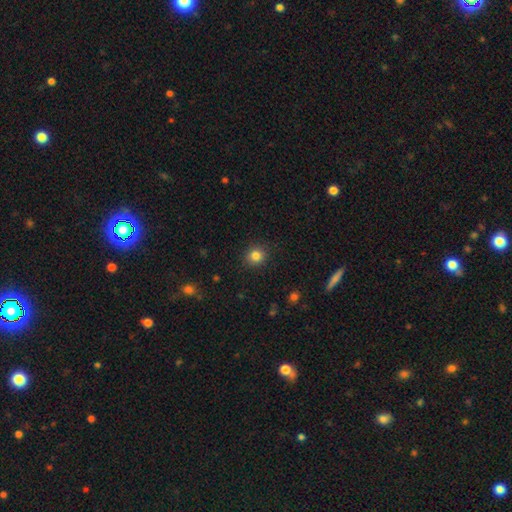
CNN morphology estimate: Overall: smooth (83%). How rounded: round (85%). Merging: none (90%).